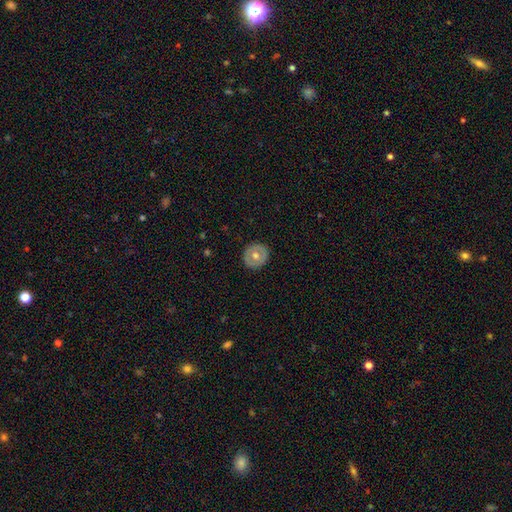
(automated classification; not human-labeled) Smooth or featured? smooth (55%)
How rounded? round (88%)
Merging? none (90%)